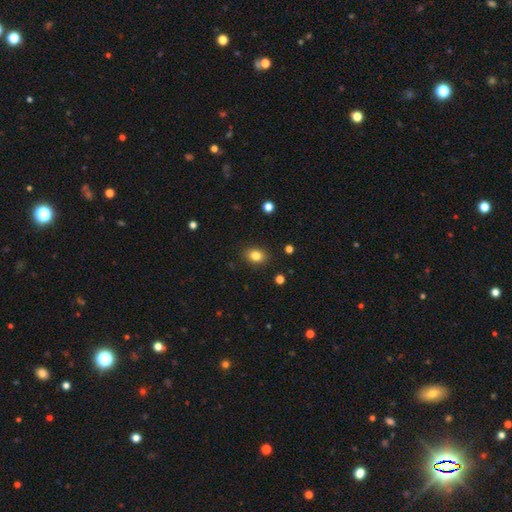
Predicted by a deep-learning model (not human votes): smooth 83%, star or artifact 11%, featured or disk 6%. Down the decision tree: how rounded — in between (59%); merging — none (88%).